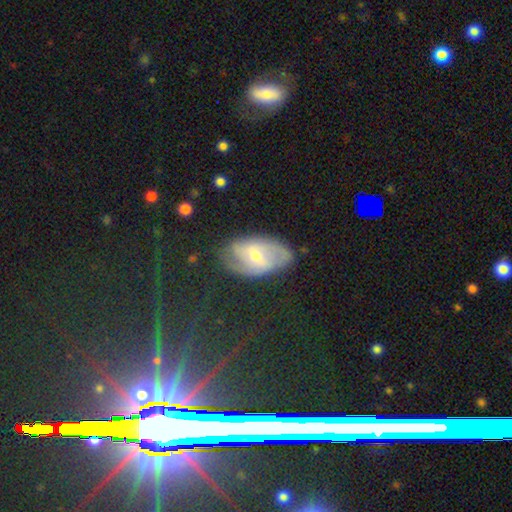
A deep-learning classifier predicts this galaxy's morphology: A featured or disk galaxy (63%) with a weak bar (53%), spiral arms (80%) and a moderate central bulge (49%).

Vote fractions:
- Smooth or featured? featured or disk: 63% / smooth: 29% / star or artifact: 8%
- Edge-on disk? no: 94% / yes: 6%
- Bar? weak: 53% / no: 28% / strong: 19%
- Spiral arms? yes: 80% / no: 20%
- Bulge size? moderate: 49% / small: 46% / large: 2% / none: 2% / dominant: 1%
- Merging? none: 69% / minor disturbance: 22% / major disturbance: 7% / merger: 2%